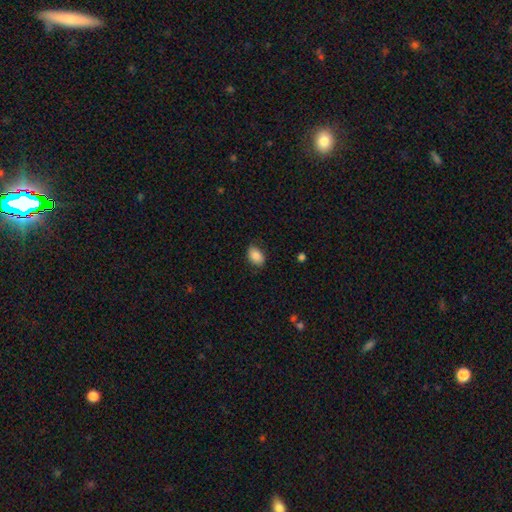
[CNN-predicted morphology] Smooth or featured? Predicted: smooth (p=0.86). How rounded? Predicted: in between (p=0.84). Merging? Predicted: none (p=0.82).